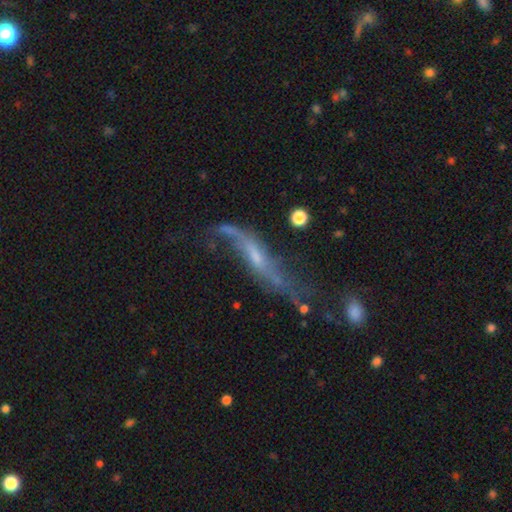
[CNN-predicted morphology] featured or disk 74%, smooth 16%, star or artifact 10%. Down the decision tree: edge-on disk — no (60%); merging — none (42%).